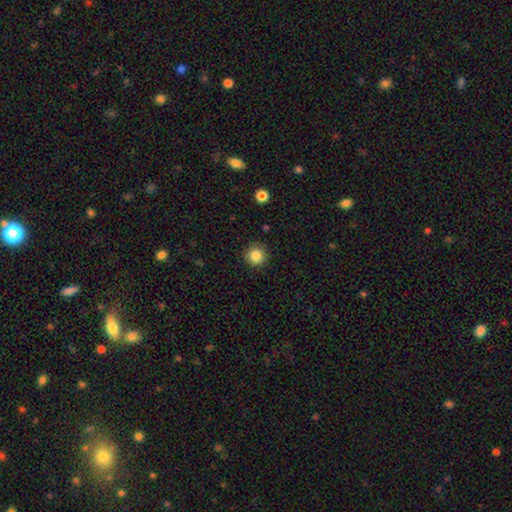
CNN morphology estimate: Smooth or featured: smooth — 85% (star or artifact — 11%)
How rounded: round — 95% (in between — 4%)
Merging: none — 92% (minor disturbance — 5%)